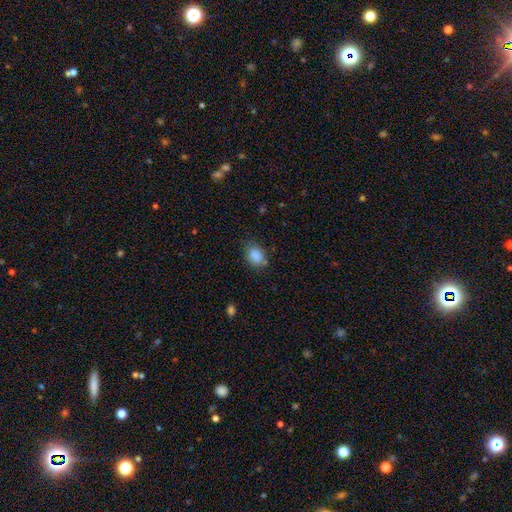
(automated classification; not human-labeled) The model was most divided on "how rounded": in between: 62%, round: 37%, cigar-shaped: 1%. More confident: smooth or featured — smooth (86%); merging — none (68%).